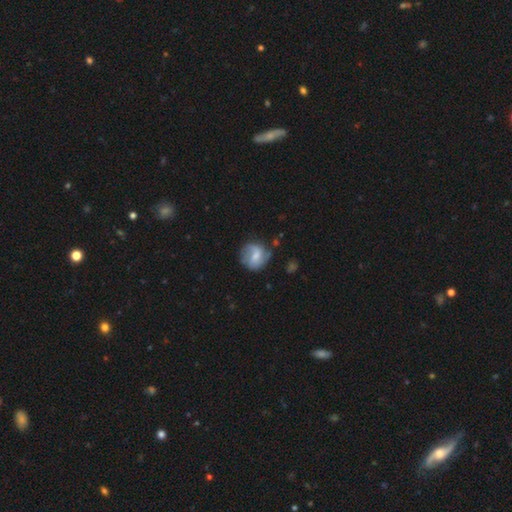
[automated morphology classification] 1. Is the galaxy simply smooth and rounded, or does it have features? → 55% featured or disk, 38% smooth, 7% star or artifact.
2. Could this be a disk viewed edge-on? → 97% no, 3% yes.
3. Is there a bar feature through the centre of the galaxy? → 51% weak, 34% no, 15% strong.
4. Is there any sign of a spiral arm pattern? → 82% yes, 18% no.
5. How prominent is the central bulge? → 40% moderate, 38% small, 16% none, 5% large, 1% dominant.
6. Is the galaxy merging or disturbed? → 62% none, 24% minor disturbance, 12% major disturbance, 3% merger.